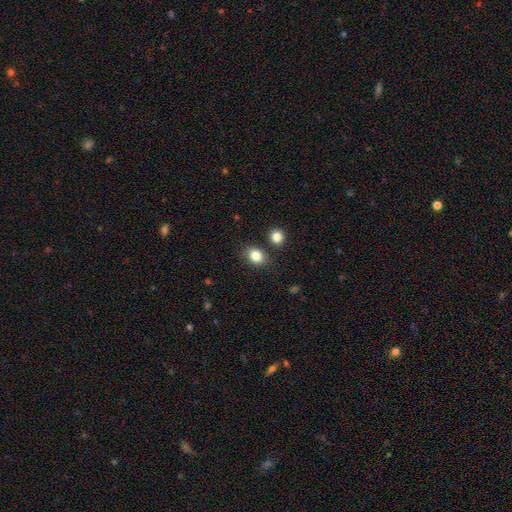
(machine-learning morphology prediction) Smooth or featured? smooth (84%)
How rounded? in between (51%)
Merging? none (78%)